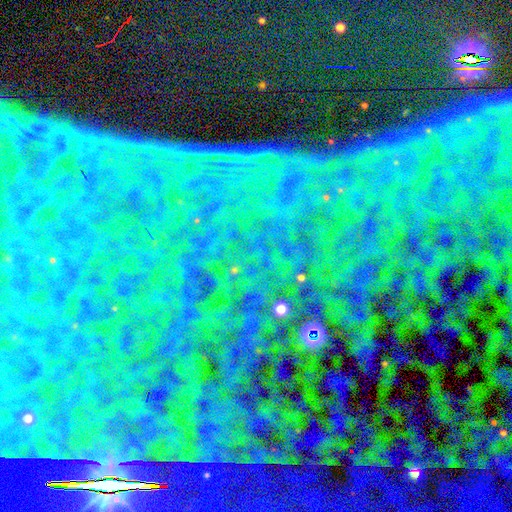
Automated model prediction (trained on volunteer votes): Smooth or featured?
  - star or artifact: 83% *
  - smooth: 8%
  - featured or disk: 8%